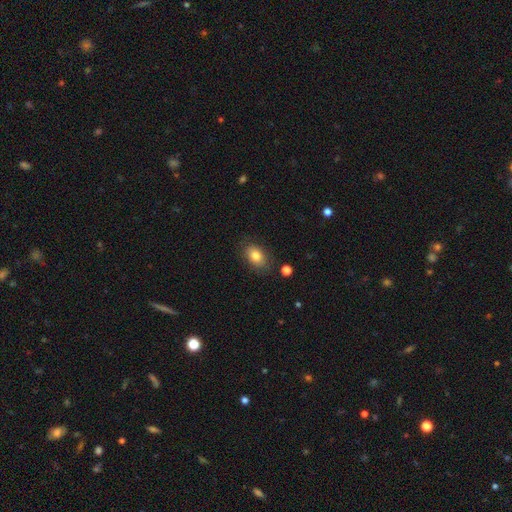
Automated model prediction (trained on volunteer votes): smooth_or_featured: smooth (p=0.82) [alt: featured or disk p=0.09]
how_rounded: in between (p=0.81) [alt: round p=0.17]
merging: none (p=0.83) [alt: minor disturbance p=0.12]